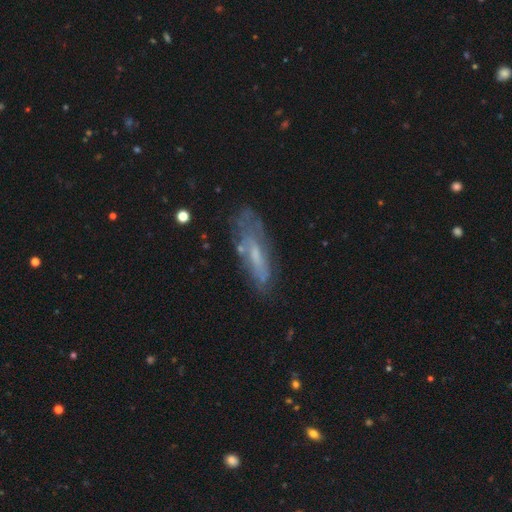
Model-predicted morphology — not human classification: Smooth or featured: featured or disk — 53% (smooth — 37%)
Edge-on disk: no — 68% (yes — 32%)
Merging: none — 61% (minor disturbance — 23%)